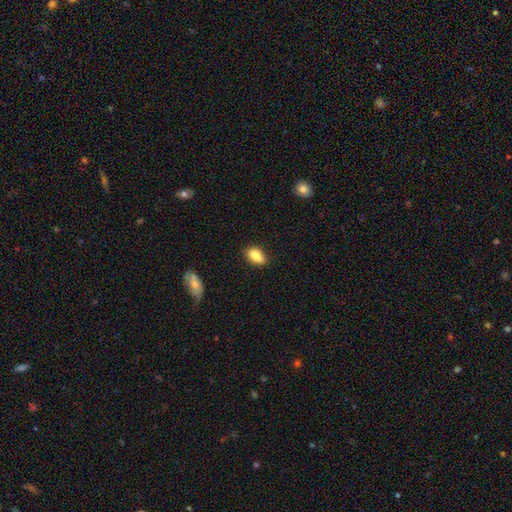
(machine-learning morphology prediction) Smooth or featured? smooth (85%)
How rounded? in between (87%)
Merging? none (73%)